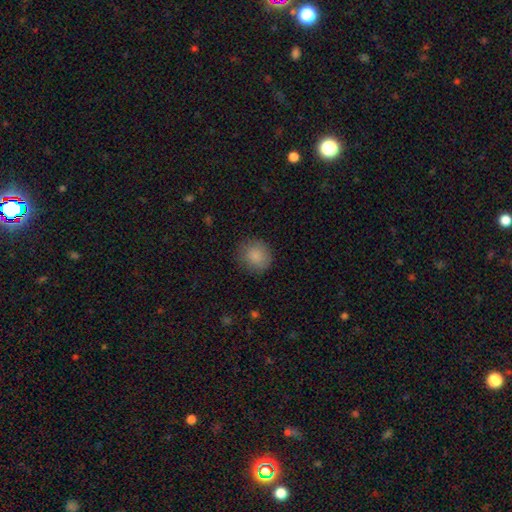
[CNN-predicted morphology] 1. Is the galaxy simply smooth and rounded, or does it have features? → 86% smooth, 8% star or artifact, 5% featured or disk.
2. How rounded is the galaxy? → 88% round, 11% in between, 1% cigar-shaped.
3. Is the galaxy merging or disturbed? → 84% none, 12% minor disturbance, 3% major disturbance, 1% merger.